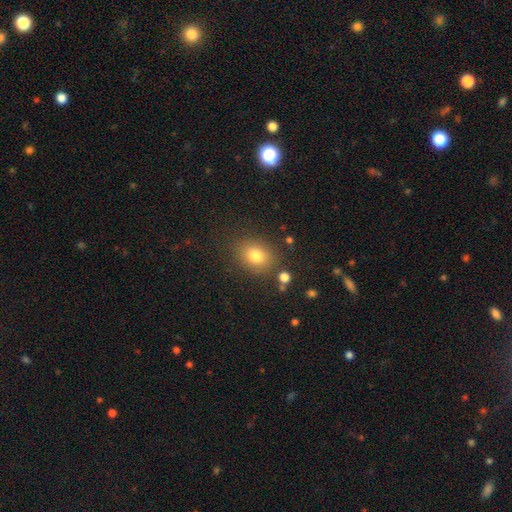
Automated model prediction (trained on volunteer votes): smooth_or_featured: smooth (p=0.79) [alt: star or artifact p=0.13]
how_rounded: in between (p=0.54) [alt: round p=0.45]
merging: none (p=0.82) [alt: minor disturbance p=0.11]